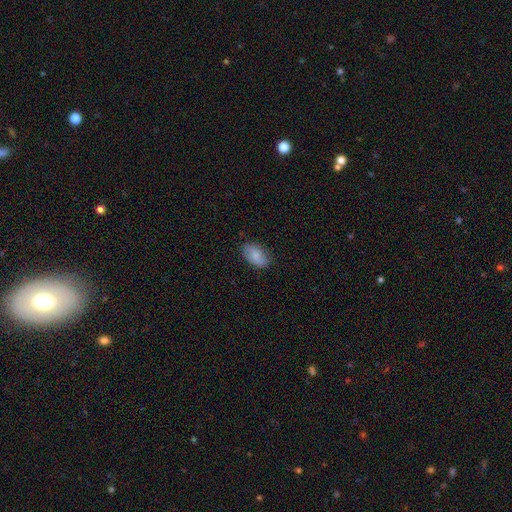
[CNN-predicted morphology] Smooth or featured? smooth (82%)
How rounded? in between (93%)
Merging? none (82%)